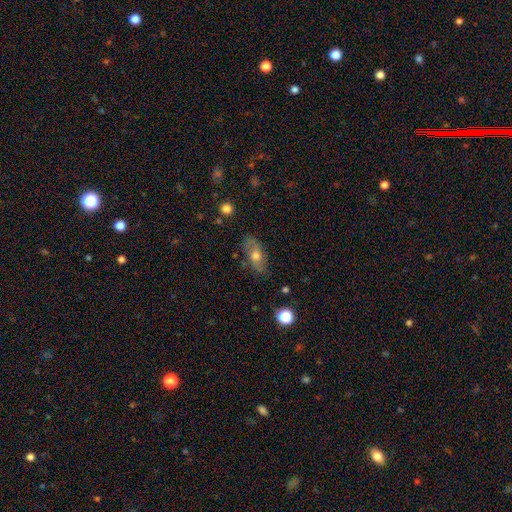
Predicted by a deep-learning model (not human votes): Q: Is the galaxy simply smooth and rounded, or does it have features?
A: smooth — 54%.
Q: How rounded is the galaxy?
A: in between — 82%.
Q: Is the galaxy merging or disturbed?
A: none — 74%.